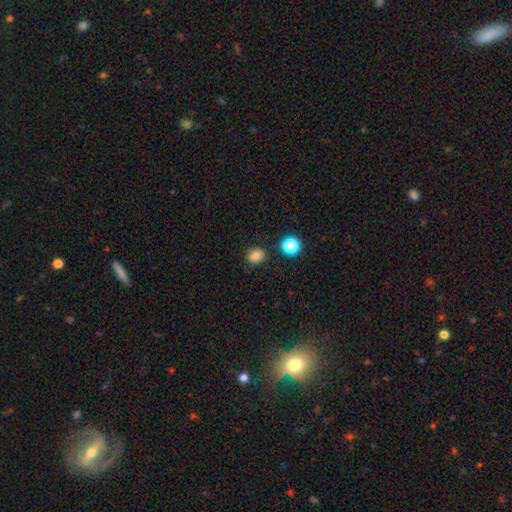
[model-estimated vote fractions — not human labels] This appears to be a smooth galaxy with no disk features (80%) that is round (56%). Merging: none (83%).